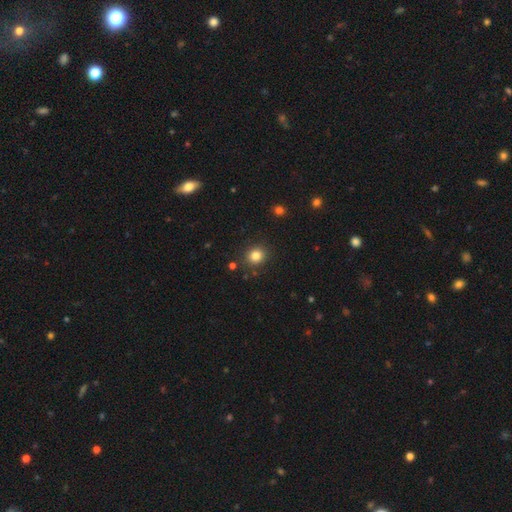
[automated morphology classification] smooth 82%, star or artifact 12%, featured or disk 6%. Down the decision tree: how rounded — round (83%); merging — none (88%).